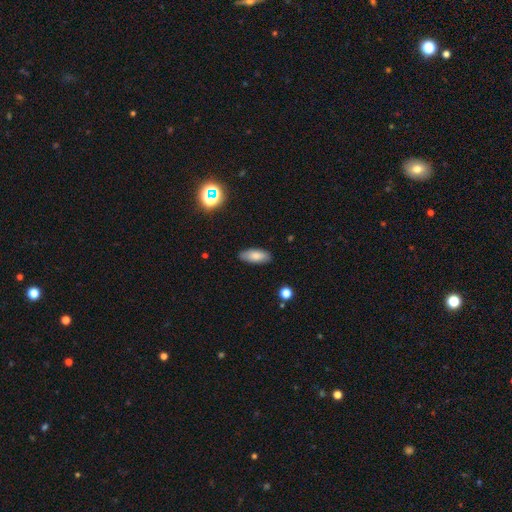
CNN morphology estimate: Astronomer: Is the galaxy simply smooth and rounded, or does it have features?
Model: smooth — 83%.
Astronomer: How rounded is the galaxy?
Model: in between — 81%.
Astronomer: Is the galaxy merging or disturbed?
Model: none — 87%.